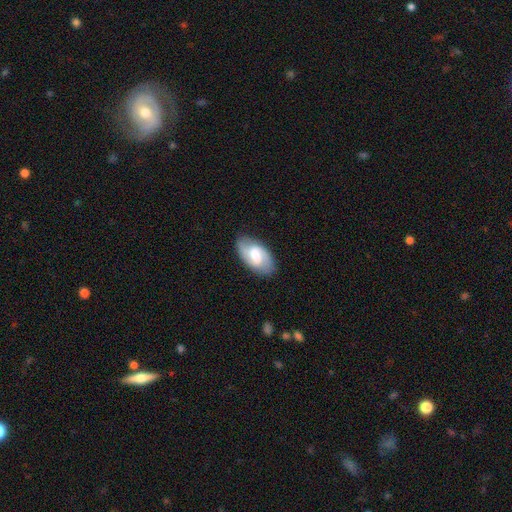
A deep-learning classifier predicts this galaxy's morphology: Smooth or featured: featured or disk — 66% (smooth — 29%)
Edge-on disk: no — 95% (yes — 5%)
Bar: weak — 57% (strong — 24%)
Spiral arms: yes — 86% (no — 14%)
Spiral winding: medium — 46% (loose — 28%)
Spiral arm count: 2 — 86% (can't tell — 8%)
Bulge size: moderate — 55% (small — 21%)
Merging: none — 84% (minor disturbance — 12%)